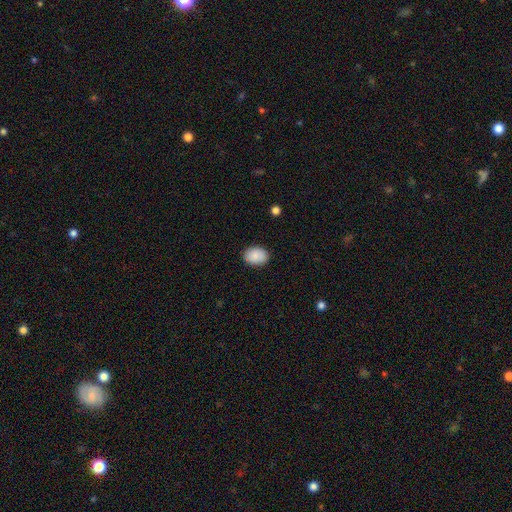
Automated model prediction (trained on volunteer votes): smooth 88%, star or artifact 7%, featured or disk 5%. Down the decision tree: how rounded — in between (69%); merging — none (87%).